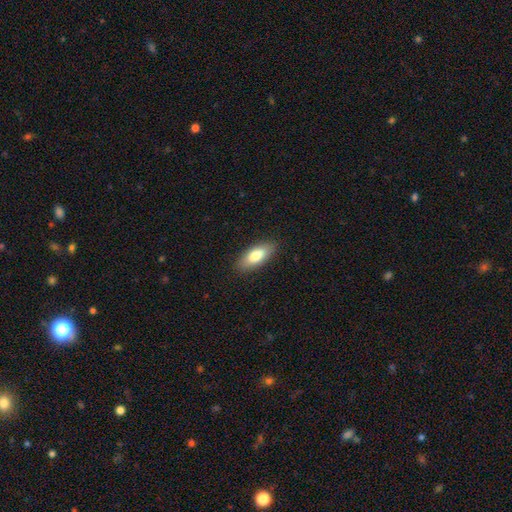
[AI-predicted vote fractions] Smooth or featured?
  - smooth: 78% *
  - featured or disk: 16%
  - star or artifact: 6%
How rounded?
  - in between: 80% *
  - cigar-shaped: 18%
  - round: 2%
Merging?
  - none: 87% *
  - minor disturbance: 10%
  - major disturbance: 2%
  - merger: 1%